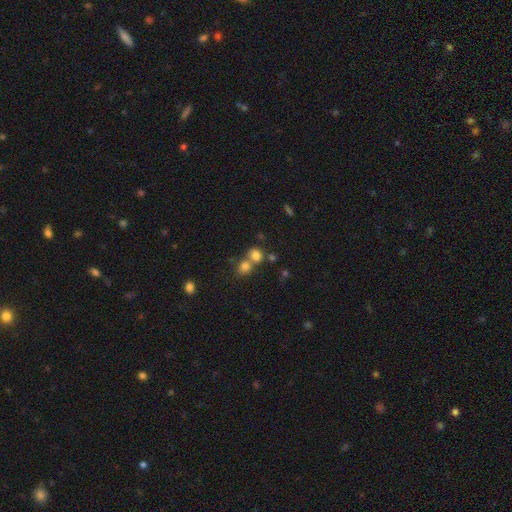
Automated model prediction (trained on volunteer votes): Smooth or featured? smooth (77%)
How rounded? round (70%)
Merging? merger (48%)